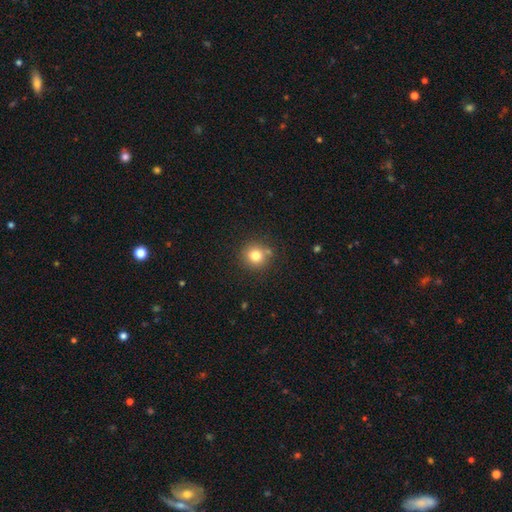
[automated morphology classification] smooth_or_featured: smooth (p=0.79) [alt: star or artifact p=0.13]
how_rounded: round (p=0.90) [alt: in between p=0.09]
merging: none (p=0.80) [alt: minor disturbance p=0.10]